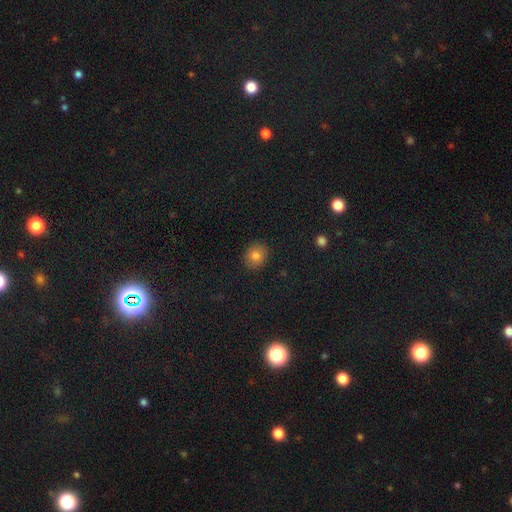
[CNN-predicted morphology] Overall: smooth (81%). How rounded: round (79%). Merging: none (90%).